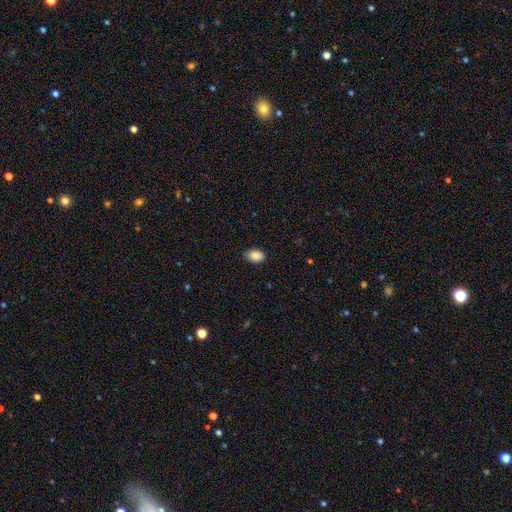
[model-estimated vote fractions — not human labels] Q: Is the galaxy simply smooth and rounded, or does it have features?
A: smooth — 88%.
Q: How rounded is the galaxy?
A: in between — 83%.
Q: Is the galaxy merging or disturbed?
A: none — 71%.